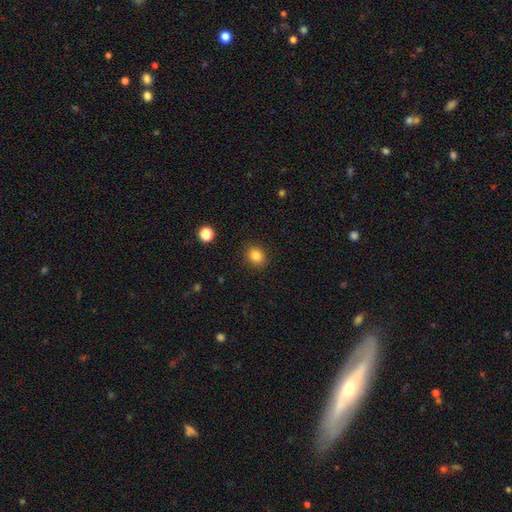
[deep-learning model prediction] smooth-or-featured: smooth: 84% | star or artifact: 11% | featured or disk: 5%
  how-rounded: round: 63% | in between: 36% | cigar-shaped: 1%
  merging: none: 89% | minor disturbance: 8% | major disturbance: 2% | merger: 1%